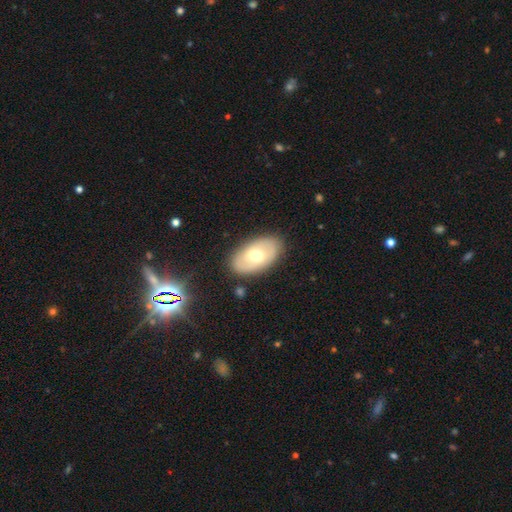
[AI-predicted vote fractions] Morphology: type=smooth (56%); roundness=in between (92%); merging=none (85%).